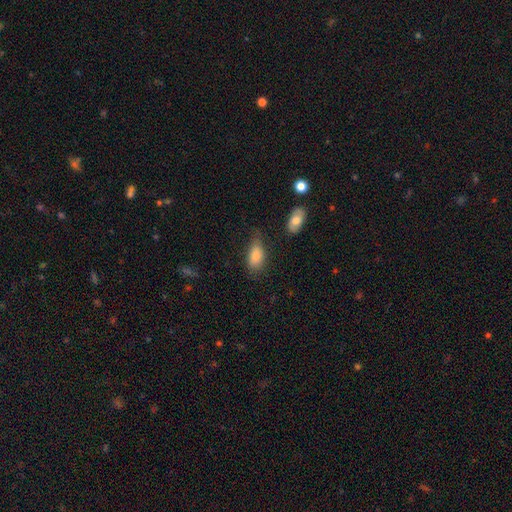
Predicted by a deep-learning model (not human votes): smooth_or_featured: smooth (p=0.86) [alt: featured or disk p=0.07]
how_rounded: in between (p=0.91) [alt: cigar-shaped p=0.05]
merging: none (p=0.56) [alt: minor disturbance p=0.31]